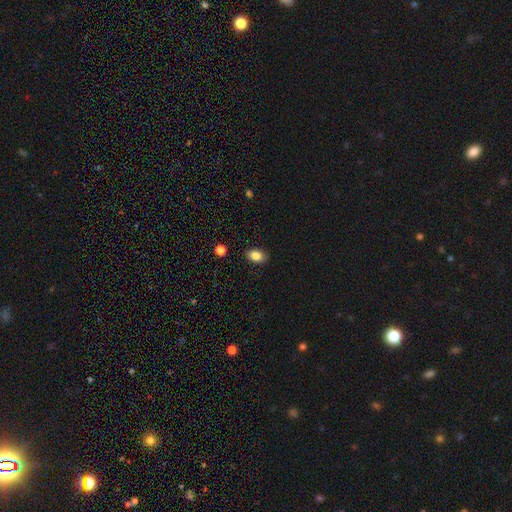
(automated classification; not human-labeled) smooth_or_featured: smooth (p=0.84) [alt: star or artifact p=0.09]
how_rounded: in between (p=0.83) [alt: round p=0.15]
merging: none (p=0.88) [alt: minor disturbance p=0.09]